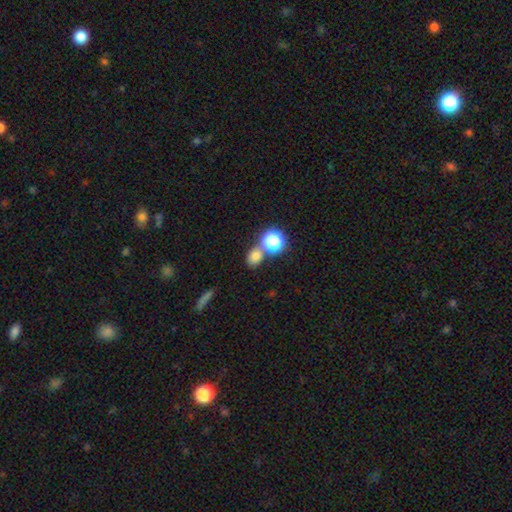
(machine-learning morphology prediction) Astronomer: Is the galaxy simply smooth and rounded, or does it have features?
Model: smooth — 72%.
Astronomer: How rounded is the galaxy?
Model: round — 58% (runner-up: in between, 41%).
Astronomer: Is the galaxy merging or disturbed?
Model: none — 58%.